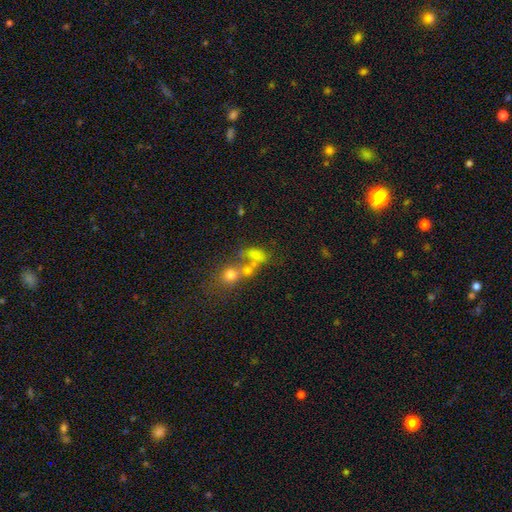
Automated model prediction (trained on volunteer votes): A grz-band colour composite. It shows a smooth galaxy with no disk features (60%) that is in between round and cigar-shaped (66%). Merging: merger (46%).